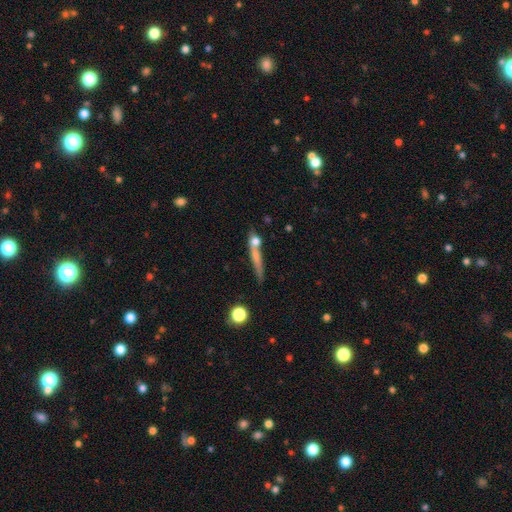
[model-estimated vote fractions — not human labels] Smooth or featured: smooth — 52% (featured or disk — 38%)
How rounded: cigar-shaped — 81% (round — 9%)
Merging: none — 58% (merger — 22%)